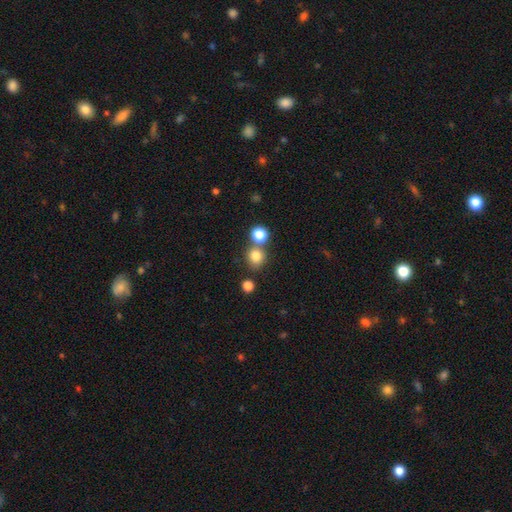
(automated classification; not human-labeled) The model was most divided on "merging": none: 64%, merger: 25%, minor disturbance: 8%, major disturbance: 3%. More confident: how rounded — round (84%); smooth or featured — smooth (80%).